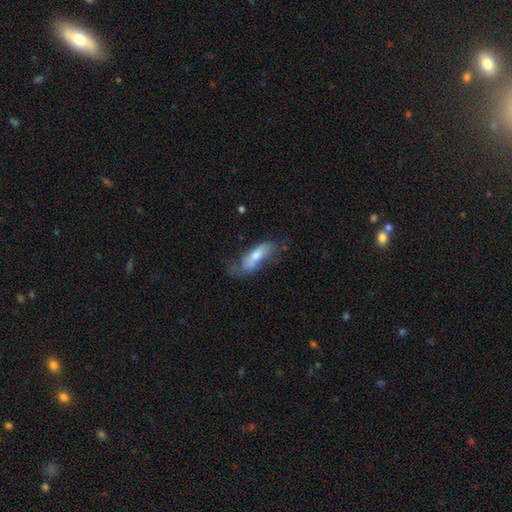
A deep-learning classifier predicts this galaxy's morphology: This is possibly a smooth galaxy (55%). How rounded: possibly in between (51%). Merging: possibly none (51%).